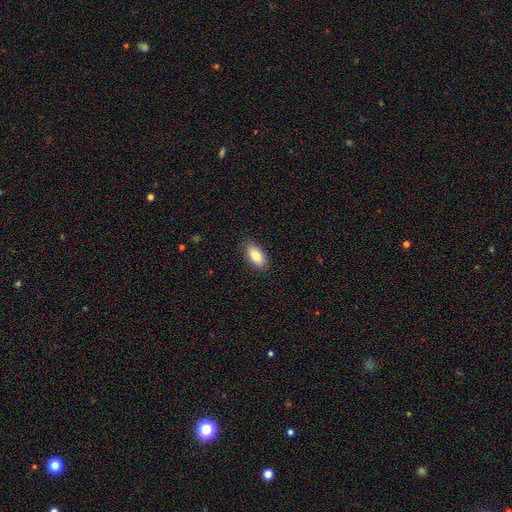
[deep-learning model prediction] Smooth or featured? Predicted: smooth (p=0.83). How rounded? Predicted: in between (p=0.91). Merging? Predicted: none (p=0.87).